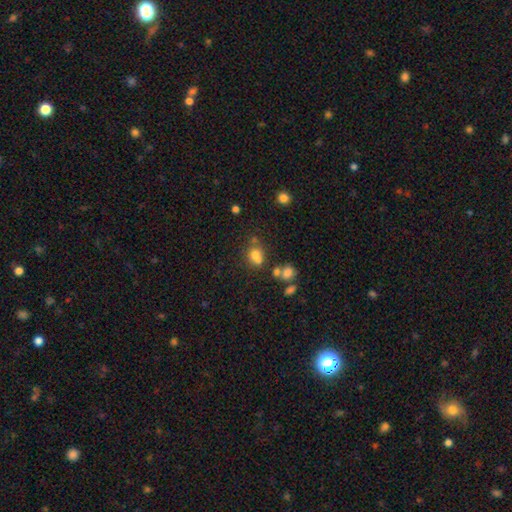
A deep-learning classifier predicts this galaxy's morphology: Smooth or featured? Predicted: smooth (p=0.70). How rounded? Predicted: round (p=0.62). Merging? Predicted: none (p=0.43).